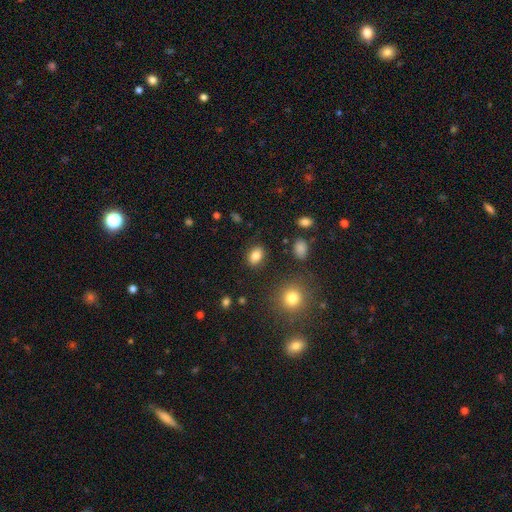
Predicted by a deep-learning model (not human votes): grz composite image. It shows a smooth galaxy with no disk features (83%) that is in between round and cigar-shaped (74%). Merging: none (86%).